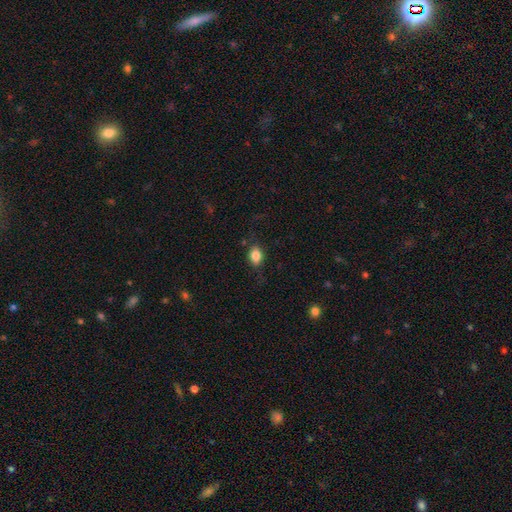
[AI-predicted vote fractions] A smooth galaxy with no disk features (83%) that is in between round and cigar-shaped (68%). Merging: none (77%).